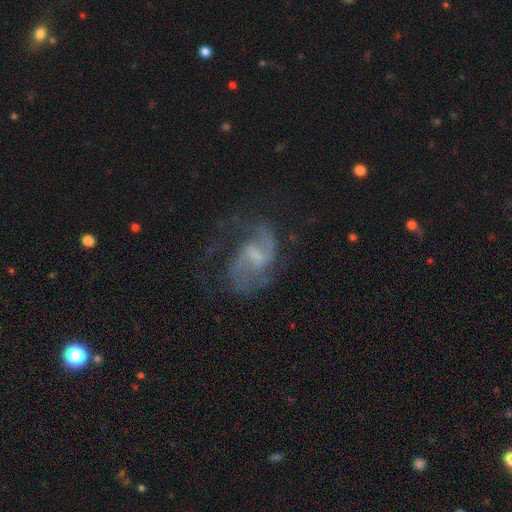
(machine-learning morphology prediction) featured or disk 80%, smooth 12%, star or artifact 8%. Down the decision tree: edge-on disk — no (97%); bar — weak (57%); spiral arms — yes (89%); spiral arm count — 2 (67%); spiral winding — medium (47%); bulge size — small (44%); merging — none (48%).